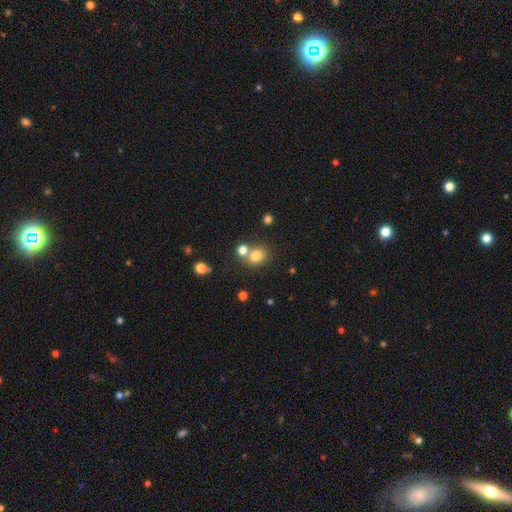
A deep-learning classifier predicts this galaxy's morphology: Overall: smooth (78%). How rounded: round (70%). Merging: none (57%; merger 30%).